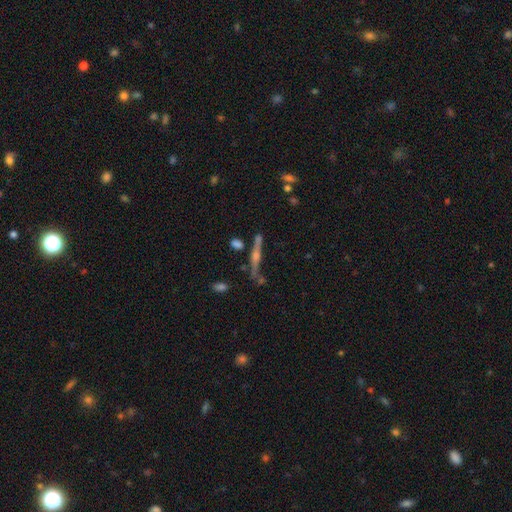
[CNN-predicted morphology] This appears to be a featured or disk galaxy (72%) viewed edge-on (95%) with a rounded central bulge (81%). Merging: none (70%).